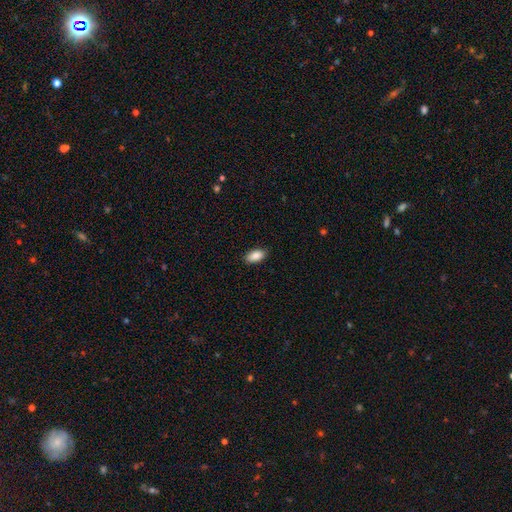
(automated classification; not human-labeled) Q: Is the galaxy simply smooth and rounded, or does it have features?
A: smooth — 89%.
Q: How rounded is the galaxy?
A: in between — 93%.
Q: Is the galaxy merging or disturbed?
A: none — 89%.